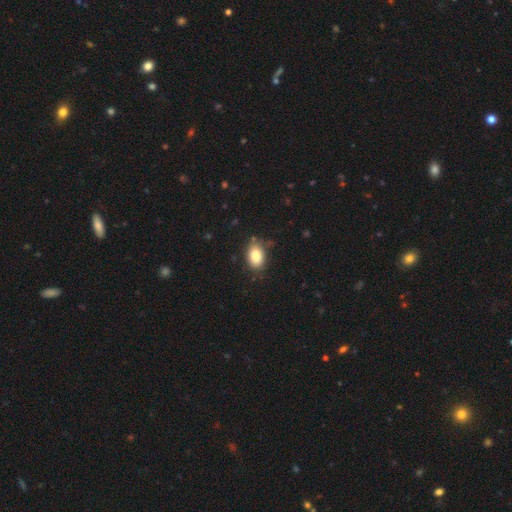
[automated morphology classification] smooth-or-featured: smooth: 85% | star or artifact: 8% | featured or disk: 7%
  how-rounded: in between: 86% | round: 12% | cigar-shaped: 1%
  merging: none: 78% | minor disturbance: 16% | major disturbance: 4% | merger: 2%